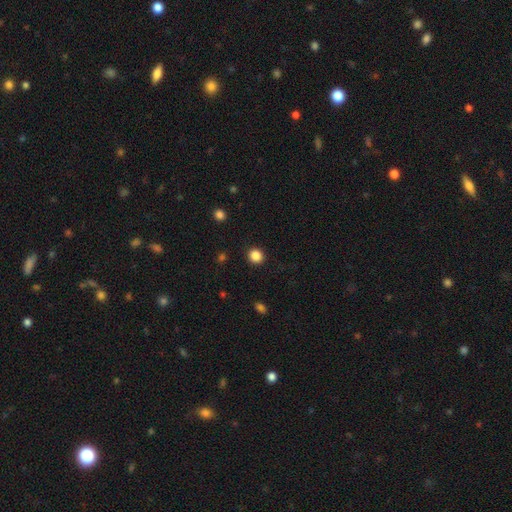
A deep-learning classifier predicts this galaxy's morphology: Smooth or featured?
  - smooth: 86% *
  - star or artifact: 11%
  - featured or disk: 3%
How rounded?
  - round: 89% *
  - in between: 10%
  - cigar-shaped: 1%
Merging?
  - none: 92% *
  - minor disturbance: 5%
  - major disturbance: 2%
  - merger: 1%